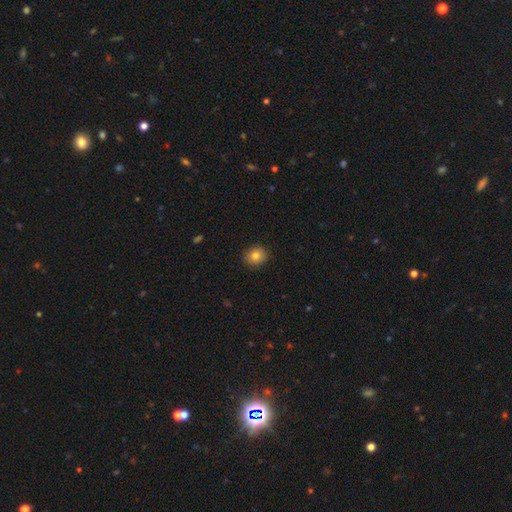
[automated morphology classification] type=smooth (81%); roundness=round (85%); merging=none (90%).